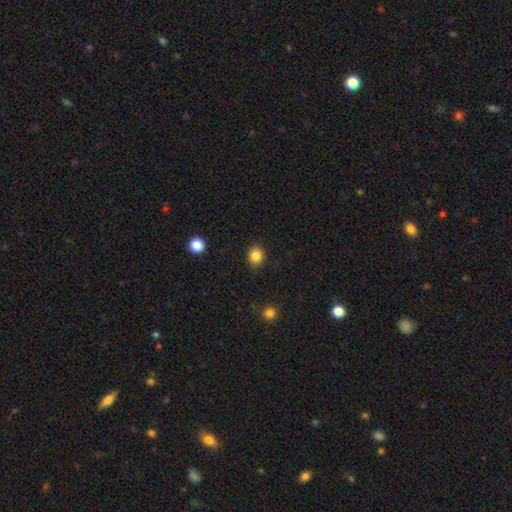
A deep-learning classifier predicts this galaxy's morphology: A smooth galaxy with no disk features (85%) that is round (70%). Merging: none (90%).